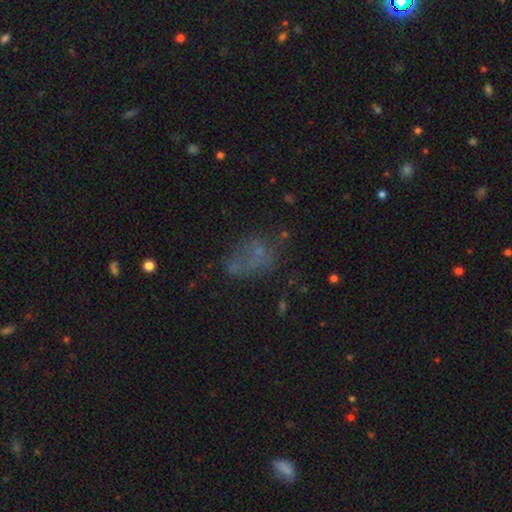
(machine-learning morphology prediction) A smooth galaxy with no disk features (45%).

Vote fractions:
- Smooth or featured? smooth: 45% / featured or disk: 29% / star or artifact: 26%
- Merging? none: 42% / major disturbance: 27% / minor disturbance: 19% / merger: 12%